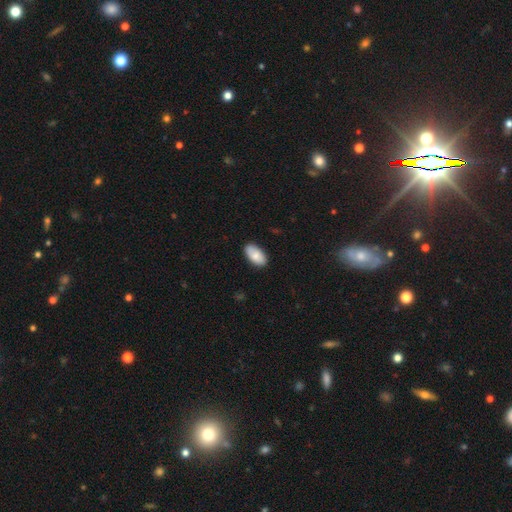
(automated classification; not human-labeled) Q: Smooth or featured?
A: smooth (82%); runner-up: featured or disk (12%)
Q: How rounded?
A: in between (95%); runner-up: round (3%)
Q: Merging?
A: none (84%); runner-up: minor disturbance (13%)